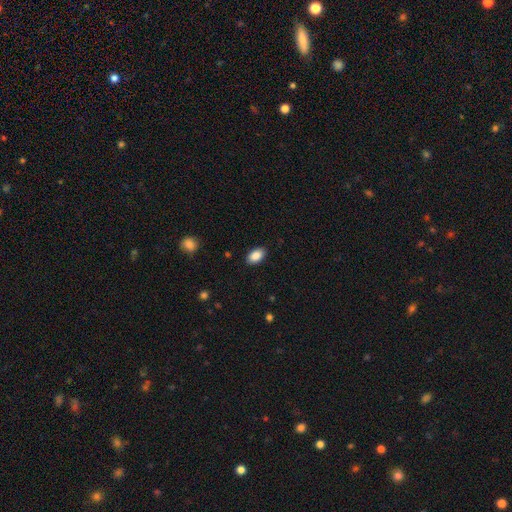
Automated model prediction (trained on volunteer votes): Overall: smooth (89%). How rounded: in between (93%). Merging: none (88%).